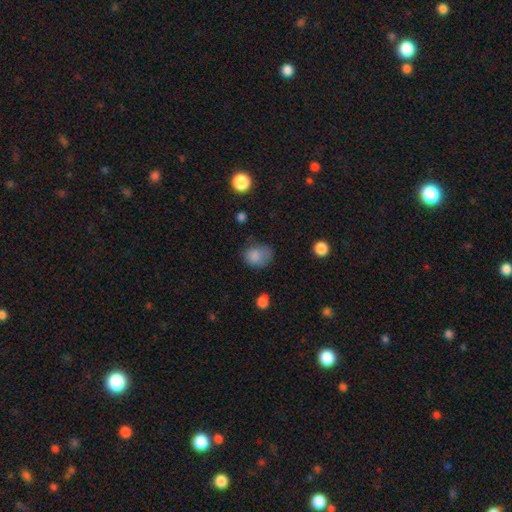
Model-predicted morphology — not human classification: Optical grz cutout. It shows a smooth galaxy with no disk features (80%) that is in between round and cigar-shaped (52%). Merging: none (46%).